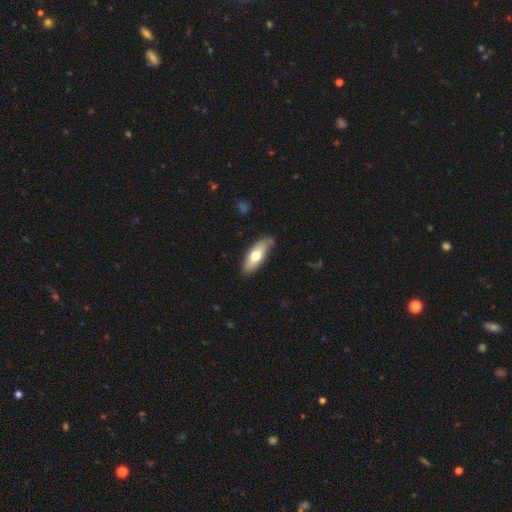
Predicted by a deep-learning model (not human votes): Smooth or featured: smooth — 66% (featured or disk — 29%)
How rounded: in between — 73% (cigar-shaped — 25%)
Merging: none — 72% (minor disturbance — 21%)